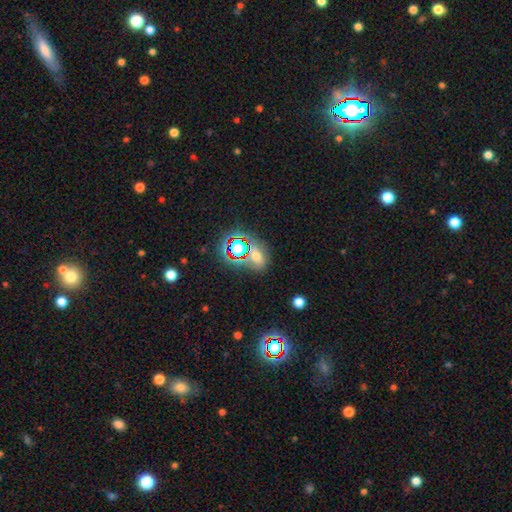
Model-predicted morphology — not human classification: This is possibly a smooth galaxy (48%). Merging: likely none (64%).